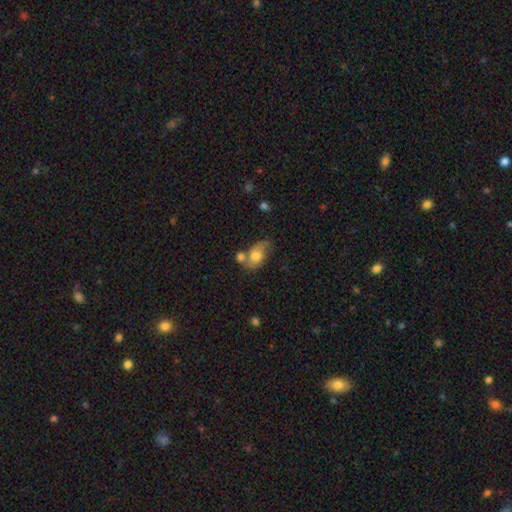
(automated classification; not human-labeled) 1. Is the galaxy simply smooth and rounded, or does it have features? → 59% smooth, 33% featured or disk, 9% star or artifact.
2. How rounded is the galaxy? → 82% in between, 16% round, 2% cigar-shaped.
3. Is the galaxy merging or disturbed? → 38% none, 31% merger, 21% minor disturbance, 10% major disturbance.